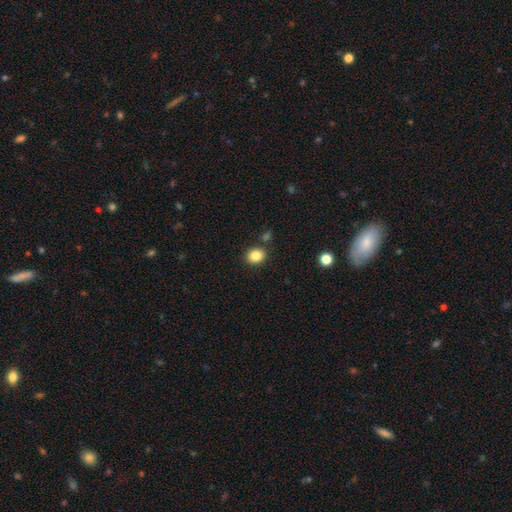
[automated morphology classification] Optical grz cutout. It shows a smooth galaxy with no disk features (85%) that is round (66%). Merging: none (84%).